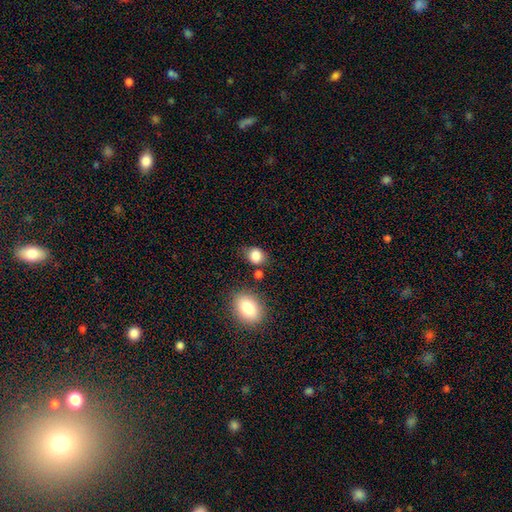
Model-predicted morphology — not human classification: The model was most divided on "how rounded": round: 52%, in between: 47%, cigar-shaped: 1%. More confident: smooth or featured — smooth (85%); merging — none (68%).